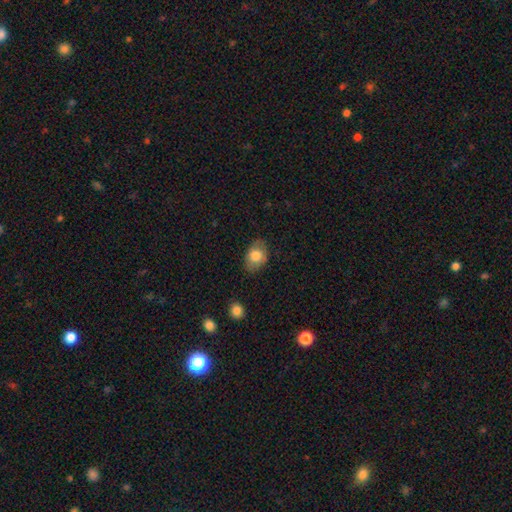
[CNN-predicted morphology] Smooth or featured?
  - smooth: 78% *
  - featured or disk: 15%
  - star or artifact: 7%
How rounded?
  - in between: 77% *
  - round: 22%
  - cigar-shaped: 1%
Merging?
  - none: 79% *
  - minor disturbance: 16%
  - major disturbance: 4%
  - merger: 1%